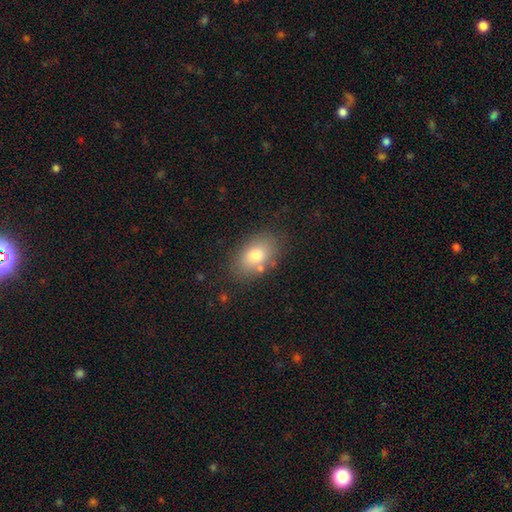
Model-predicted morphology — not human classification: The model was most divided on "merging": none: 76%, minor disturbance: 14%, merger: 5%, major disturbance: 4%. More confident: how rounded — in between (86%); smooth or featured — smooth (77%).